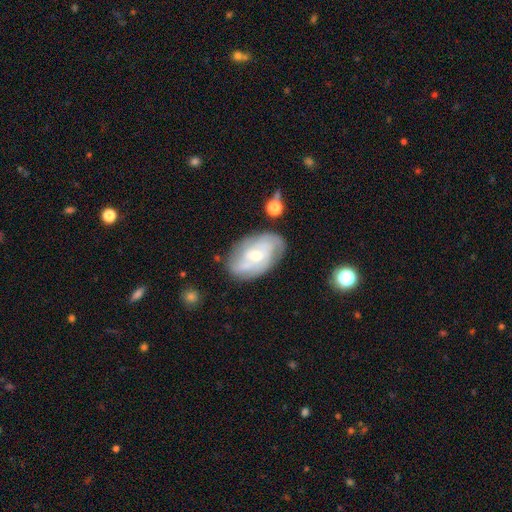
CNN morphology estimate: type=featured or disk (74%); edge-on=no (95%); bar=no (61%); spiral arms=yes (87%); winding=tight (49%); arm count=can't tell (33%); bulge=small (51%); merging=none (72%).